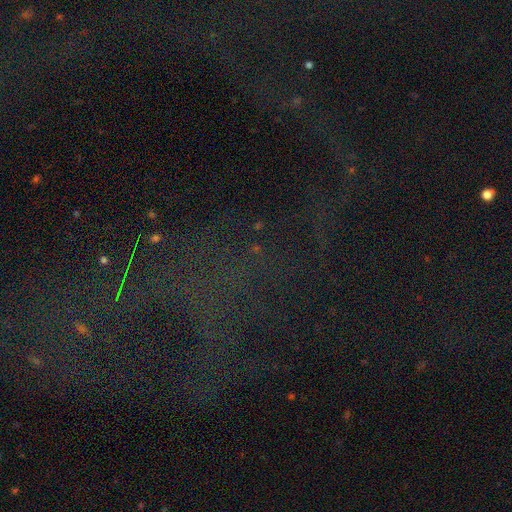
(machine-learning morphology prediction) Smooth or featured?
  - star or artifact: 72% *
  - featured or disk: 15%
  - smooth: 13%